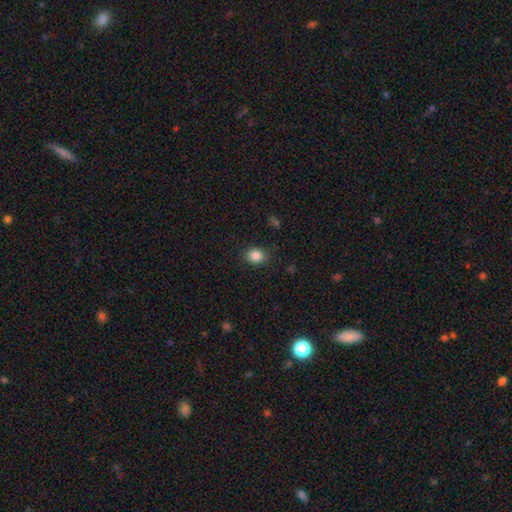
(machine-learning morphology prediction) The model was most divided on "how rounded": in between: 55%, round: 44%, cigar-shaped: 1%. More confident: merging — none (87%); smooth or featured — smooth (86%).